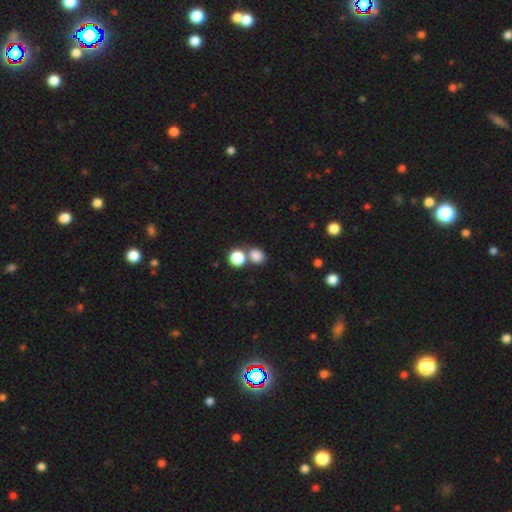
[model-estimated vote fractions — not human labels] smooth_or_featured: smooth (p=0.83) [alt: star or artifact p=0.12]
how_rounded: round (p=0.64) [alt: in between p=0.35]
merging: none (p=0.57) [alt: merger p=0.31]